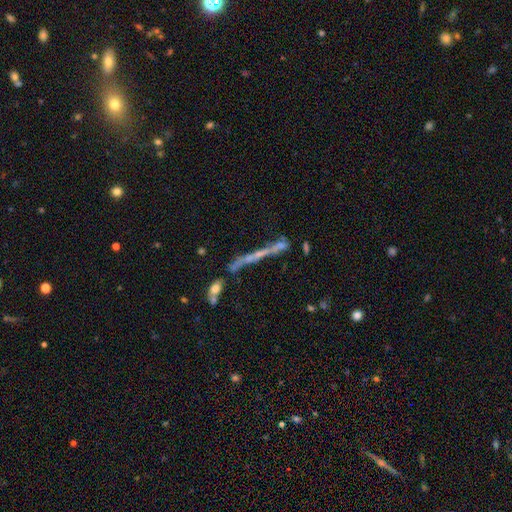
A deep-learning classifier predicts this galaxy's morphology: Smooth or featured? featured or disk (59%)
Edge-on disk? yes (76%)
Merging? none (47%)